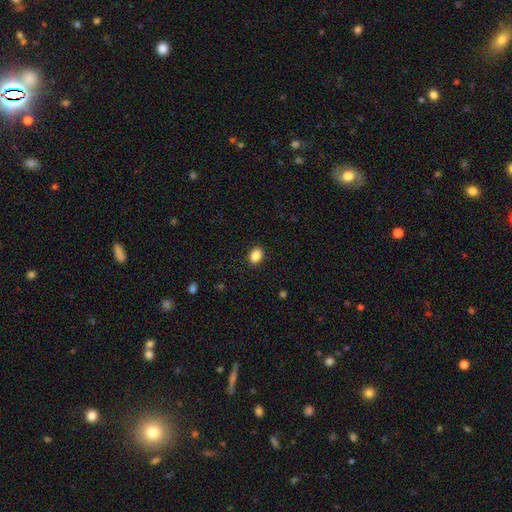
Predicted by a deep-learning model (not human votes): Overall: smooth (87%). How rounded: in between (73%). Merging: none (90%).